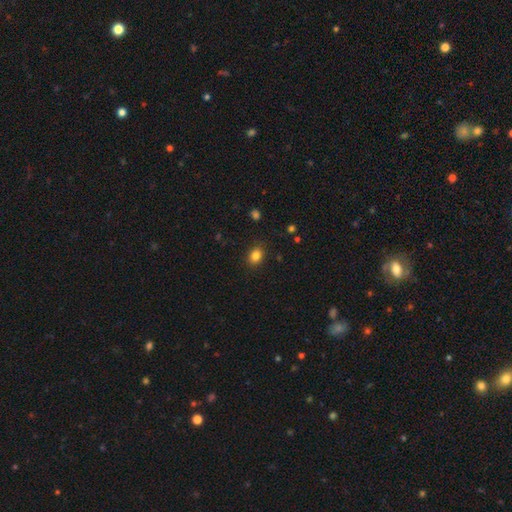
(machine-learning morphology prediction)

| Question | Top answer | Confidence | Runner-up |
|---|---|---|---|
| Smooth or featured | smooth | 84% | star or artifact (11%) |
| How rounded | in between | 54% | round (45%) |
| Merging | none | 88% | minor disturbance (9%) |